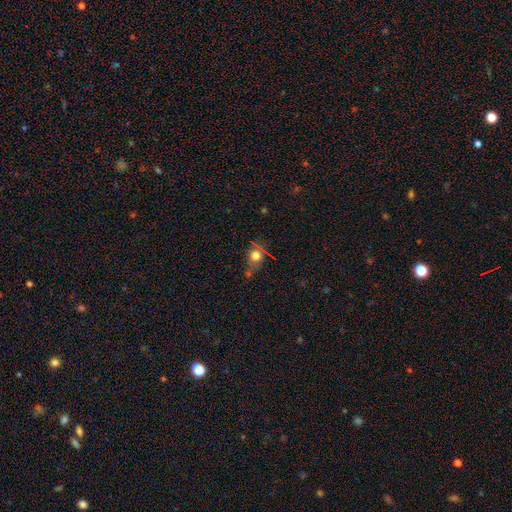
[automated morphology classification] Smooth or featured: smooth — 65% (star or artifact — 22%)
How rounded: round — 79% (in between — 18%)
Merging: none — 62% (minor disturbance — 18%)